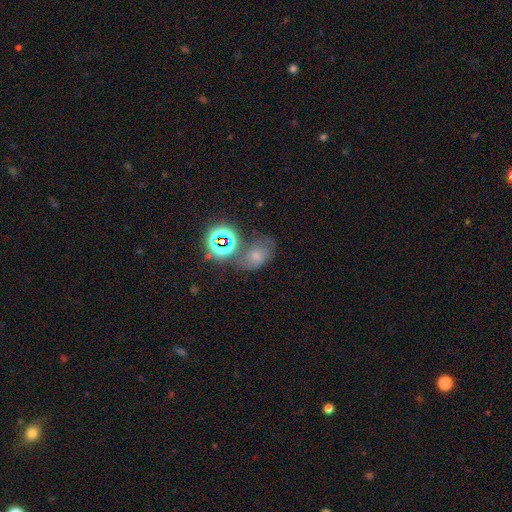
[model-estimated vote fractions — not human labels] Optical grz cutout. It shows a smooth galaxy with no disk features (49%). Merging: none (46%).